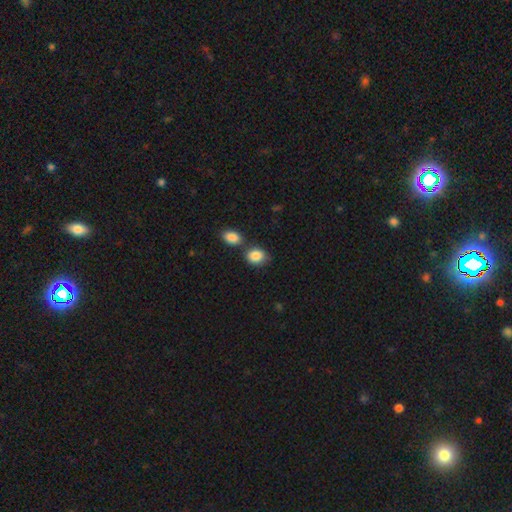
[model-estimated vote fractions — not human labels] Morphology: type=smooth (87%); roundness=in between (59%); merging=none (58%).